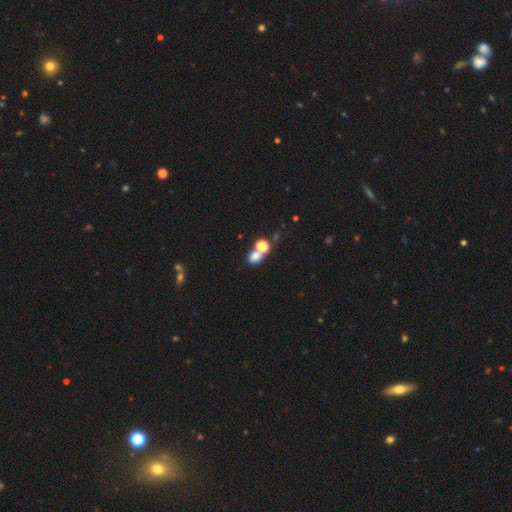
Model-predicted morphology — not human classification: Smooth or featured? smooth (70%)
How rounded? round (55%)
Merging? merger (47%)